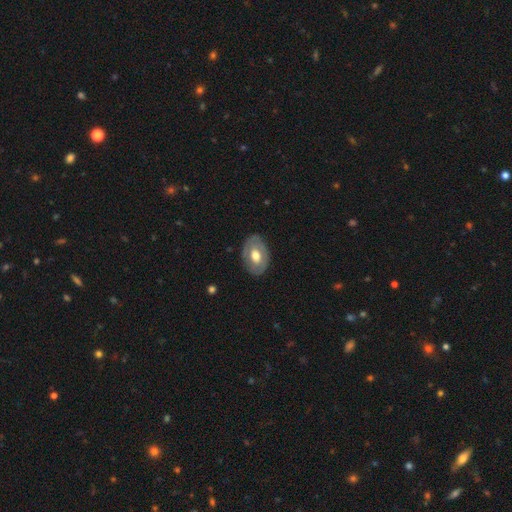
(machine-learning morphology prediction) A smooth galaxy with no disk features (49%).

Vote fractions:
- Smooth or featured? smooth: 49% / featured or disk: 45% / star or artifact: 6%
- Merging? none: 81% / minor disturbance: 14% / major disturbance: 4% / merger: 1%